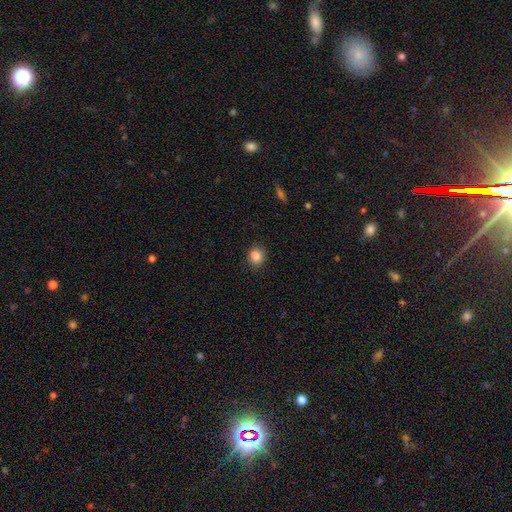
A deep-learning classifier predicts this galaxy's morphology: smooth-or-featured: smooth: 85% | star or artifact: 11% | featured or disk: 4%
  how-rounded: round: 59% | in between: 40% | cigar-shaped: 1%
  merging: none: 80% | minor disturbance: 14% | major disturbance: 3% | merger: 3%